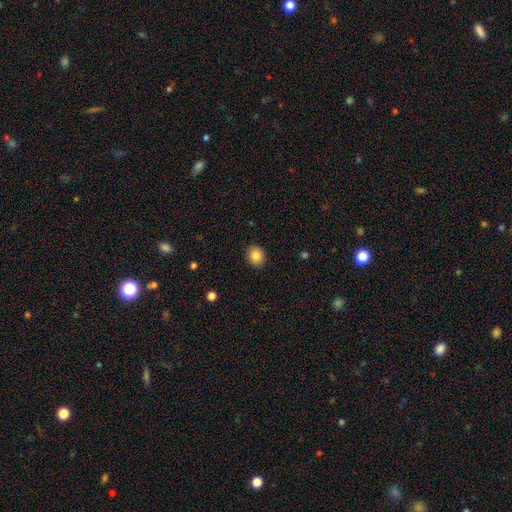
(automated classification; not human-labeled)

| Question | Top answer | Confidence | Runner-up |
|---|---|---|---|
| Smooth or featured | smooth | 85% | star or artifact (9%) |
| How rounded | round | 69% | in between (30%) |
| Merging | none | 89% | minor disturbance (8%) |